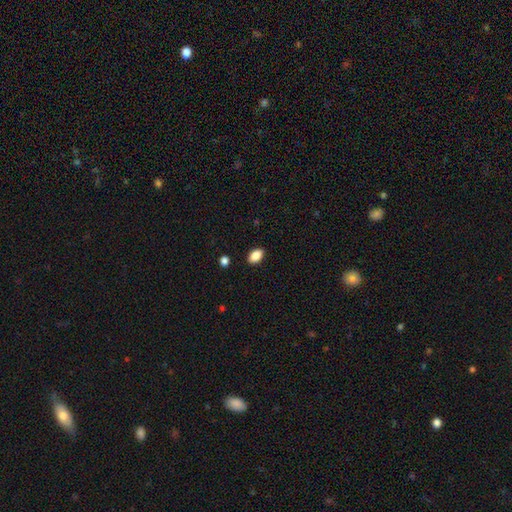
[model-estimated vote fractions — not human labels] Overall: smooth (88%). How rounded: in between (89%). Merging: none (89%).